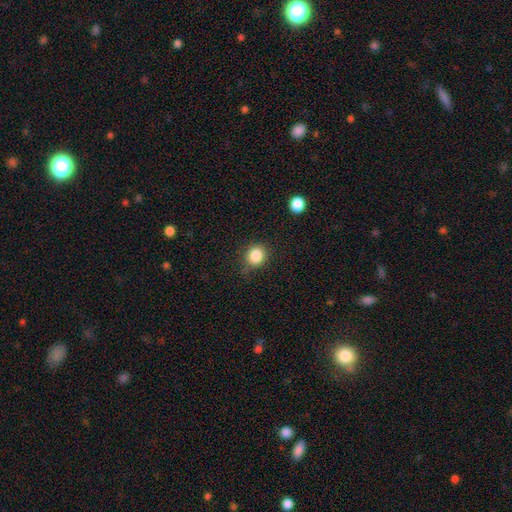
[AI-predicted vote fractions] A smooth galaxy with no disk features (85%) that is round (80%).

Vote fractions:
- Smooth or featured? smooth: 85% / star or artifact: 11% / featured or disk: 5%
- How rounded? round: 80% / in between: 19% / cigar-shaped: 1%
- Merging? none: 79% / minor disturbance: 15% / major disturbance: 4% / merger: 2%